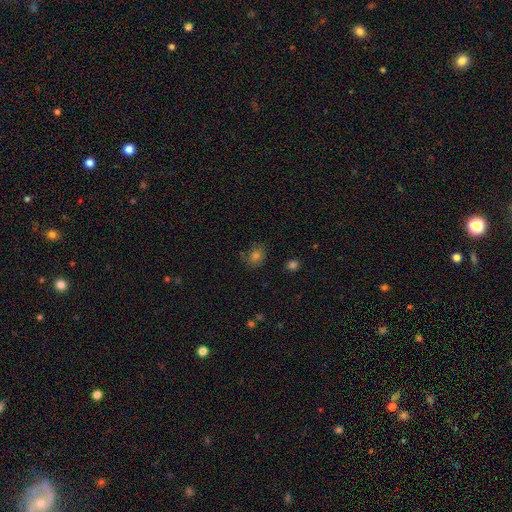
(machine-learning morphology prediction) smooth_or_featured: smooth (p=0.72) [alt: star or artifact p=0.18]
how_rounded: round (p=0.64) [alt: in between p=0.35]
merging: none (p=0.76) [alt: minor disturbance p=0.17]